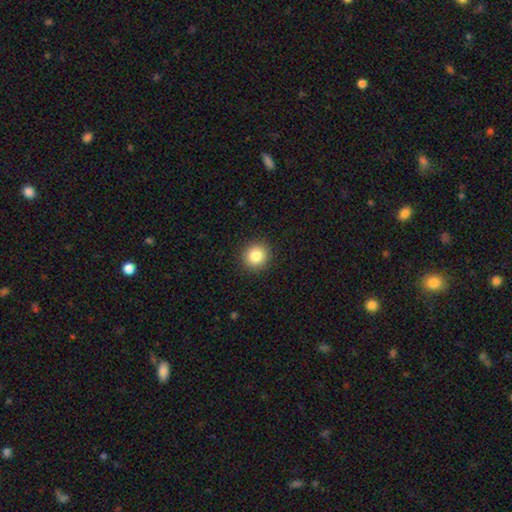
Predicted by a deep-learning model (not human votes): Q: Smooth or featured?
A: smooth (84%); runner-up: star or artifact (10%)
Q: How rounded?
A: round (90%); runner-up: in between (9%)
Q: Merging?
A: none (92%); runner-up: minor disturbance (6%)